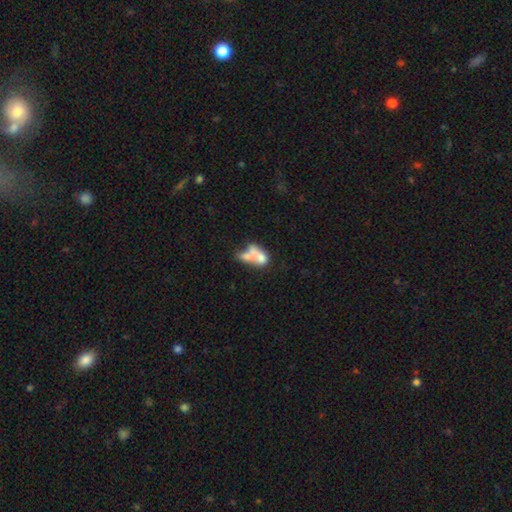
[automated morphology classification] Smooth or featured: smooth — 54% (featured or disk — 35%)
How rounded: in between — 77% (round — 15%)
Merging: merger — 63% (none — 16%)